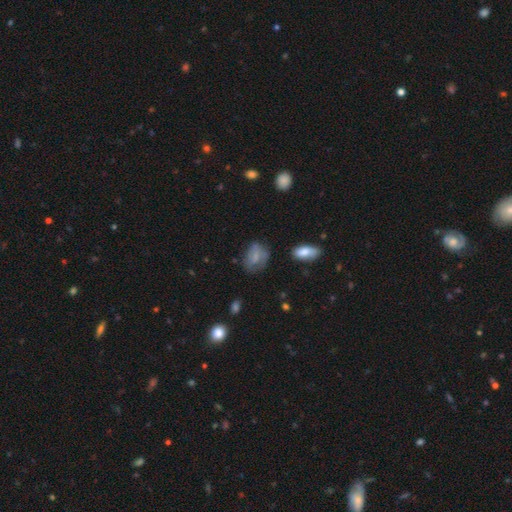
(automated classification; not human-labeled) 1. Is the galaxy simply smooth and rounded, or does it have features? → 59% smooth, 31% featured or disk, 10% star or artifact.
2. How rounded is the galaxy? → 77% in between, 21% round, 2% cigar-shaped.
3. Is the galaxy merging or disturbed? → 53% none, 29% minor disturbance, 15% major disturbance, 3% merger.